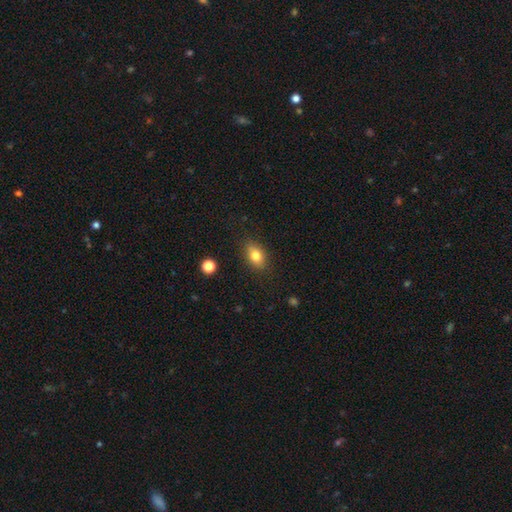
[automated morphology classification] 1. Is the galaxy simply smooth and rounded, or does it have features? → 80% smooth, 10% featured or disk, 9% star or artifact.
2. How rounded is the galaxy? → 79% in between, 18% round, 3% cigar-shaped.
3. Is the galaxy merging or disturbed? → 85% none, 11% minor disturbance, 3% major disturbance, 1% merger.